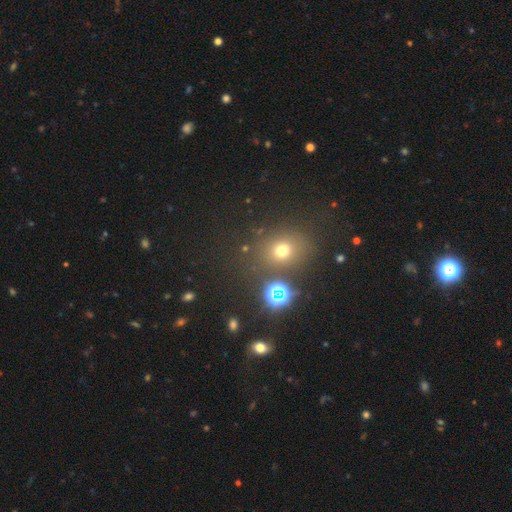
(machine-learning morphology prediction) smooth-or-featured: smooth: 48% | star or artifact: 43% | featured or disk: 9%
  merging: none: 75% | merger: 11% | minor disturbance: 9% | major disturbance: 4%